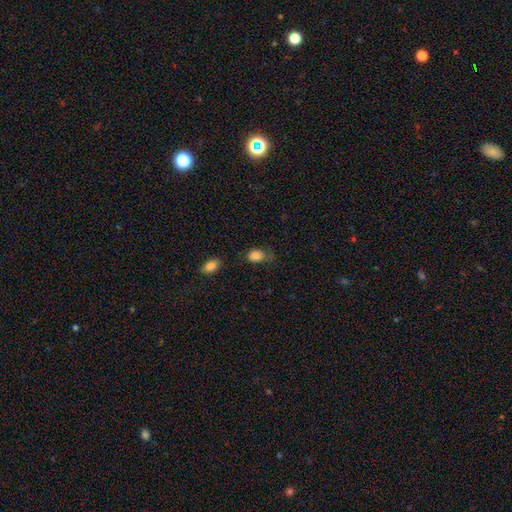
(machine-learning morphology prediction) smooth_or_featured: smooth (p=0.83) [alt: star or artifact p=0.09]
how_rounded: in between (p=0.75) [alt: round p=0.24]
merging: none (p=0.48) [alt: minor disturbance p=0.31]